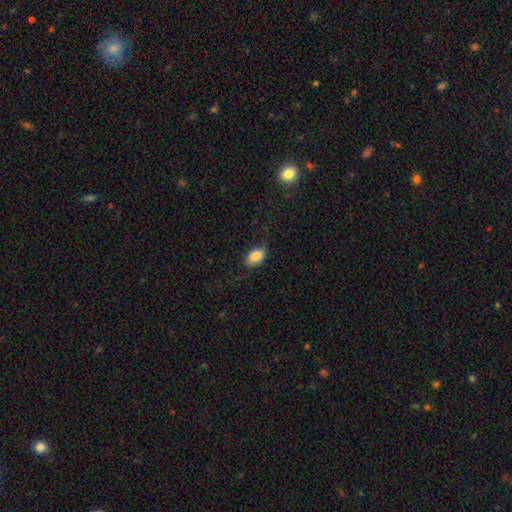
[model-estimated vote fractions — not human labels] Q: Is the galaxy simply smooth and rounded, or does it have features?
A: smooth — 83%.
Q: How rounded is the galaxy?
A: in between — 89%.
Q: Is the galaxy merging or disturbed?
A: none — 70%.